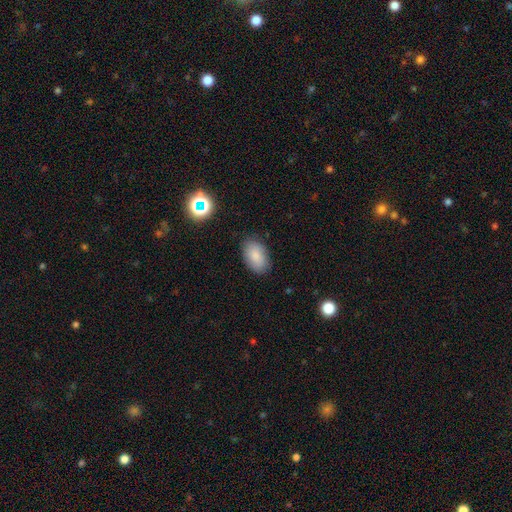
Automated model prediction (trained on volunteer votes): smooth_or_featured: smooth (p=0.83) [alt: featured or disk p=0.09]
how_rounded: in between (p=0.92) [alt: round p=0.07]
merging: none (p=0.84) [alt: minor disturbance p=0.12]